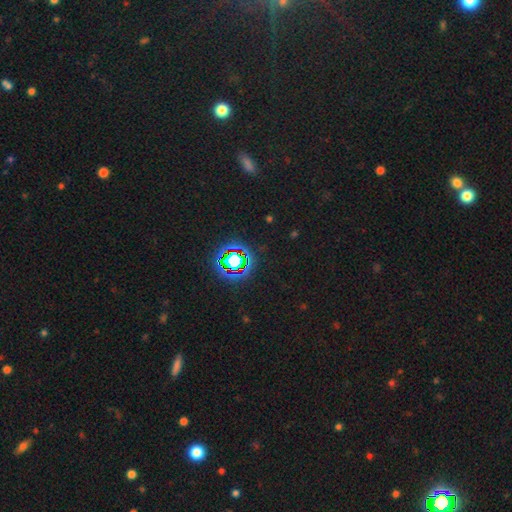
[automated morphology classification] smooth-or-featured: star or artifact: 75% | smooth: 17% | featured or disk: 8%